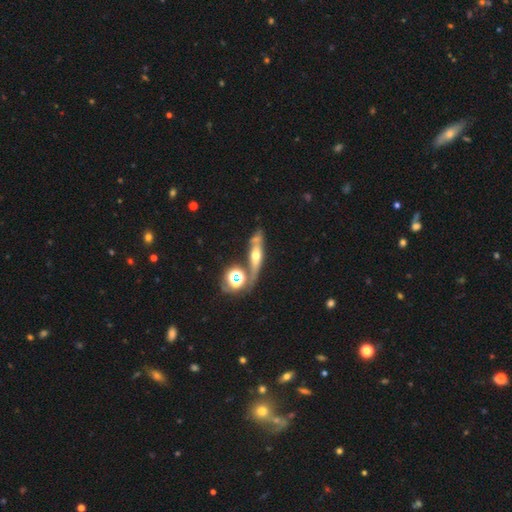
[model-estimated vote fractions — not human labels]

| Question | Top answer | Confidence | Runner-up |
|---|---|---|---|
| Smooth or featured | featured or disk | 49% | smooth (33%) |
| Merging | none | 57% | merger (20%) |